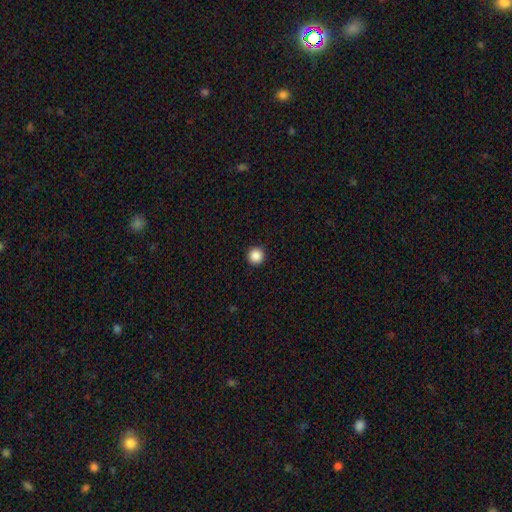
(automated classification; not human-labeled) A smooth galaxy with no disk features (87%) that is round (96%). Merging: none (93%).